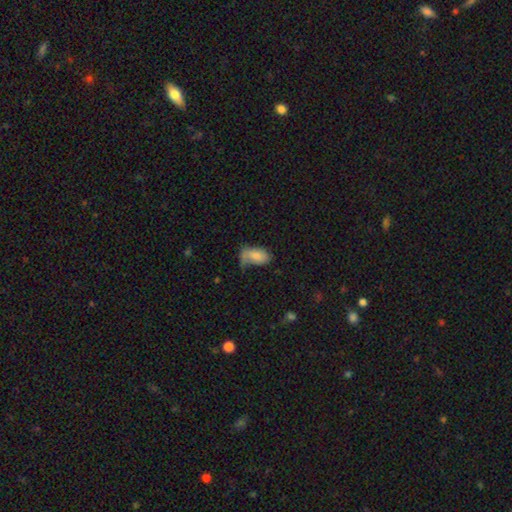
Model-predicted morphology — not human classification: smooth 71%, featured or disk 21%, star or artifact 8%. Down the decision tree: how rounded — in between (92%); merging — minor disturbance (32%).